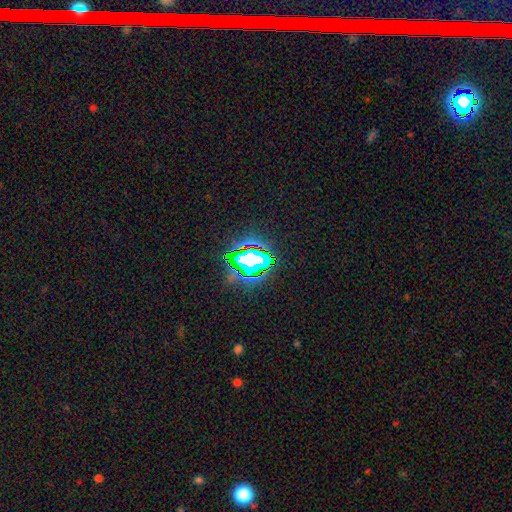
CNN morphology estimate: Smooth or featured? star or artifact (66%)